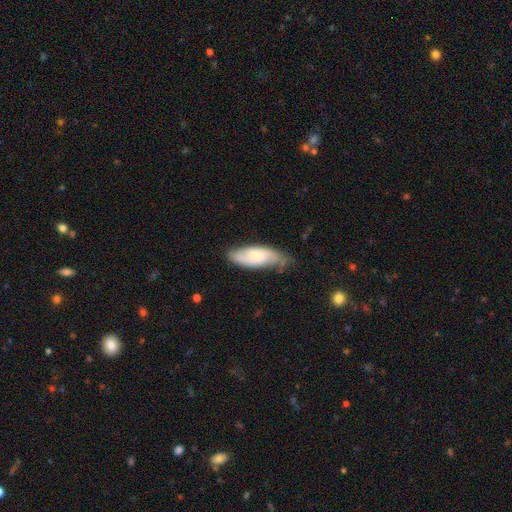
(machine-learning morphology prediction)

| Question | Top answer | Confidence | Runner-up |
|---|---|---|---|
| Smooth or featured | featured or disk | 47% | smooth (46%) |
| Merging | none | 64% | minor disturbance (27%) |